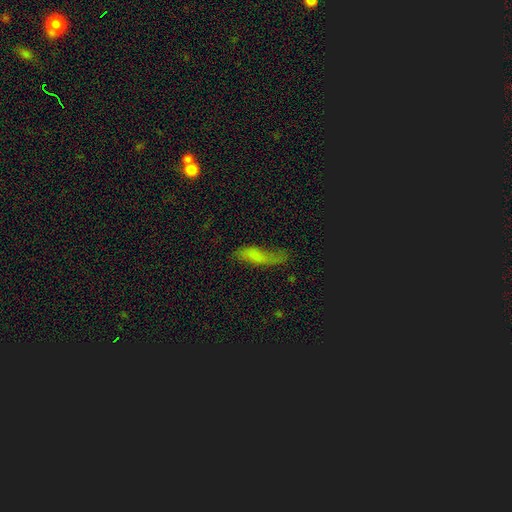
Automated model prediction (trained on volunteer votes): Overall: smooth (58%; featured or disk 32%). How rounded: in between (51%; cigar-shaped 46%). Merging: none (46%; minor disturbance 29%).